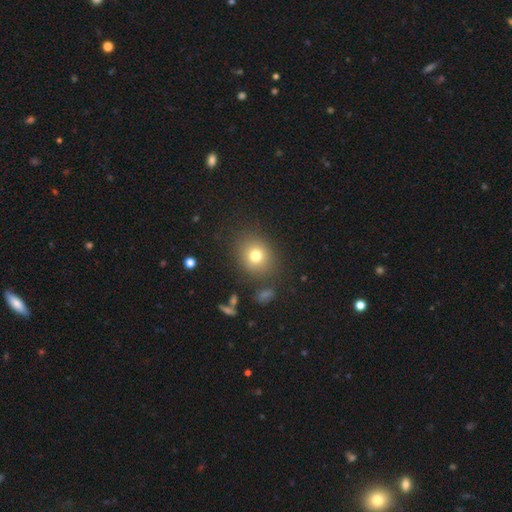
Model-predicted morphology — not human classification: The model was most divided on "how rounded": round: 74%, in between: 25%, cigar-shaped: 1%. More confident: merging — none (83%); smooth or featured — smooth (76%).